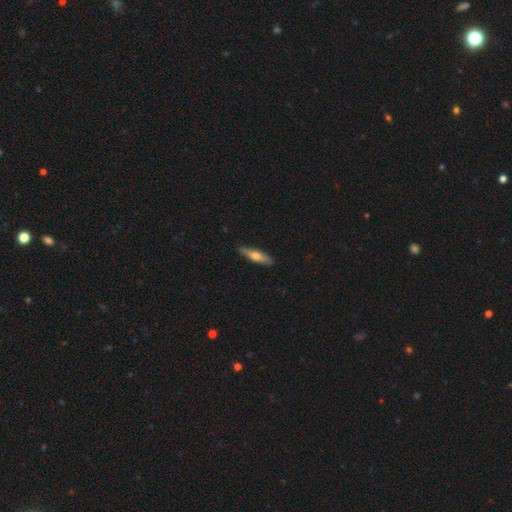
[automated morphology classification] type=smooth (57%); roundness=cigar-shaped (76%); merging=none (89%).